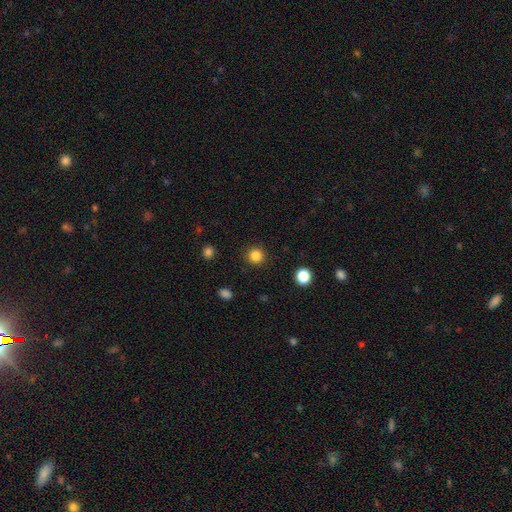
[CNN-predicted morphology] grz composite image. It shows a smooth galaxy with no disk features (84%) that is round (94%). Merging: none (91%).